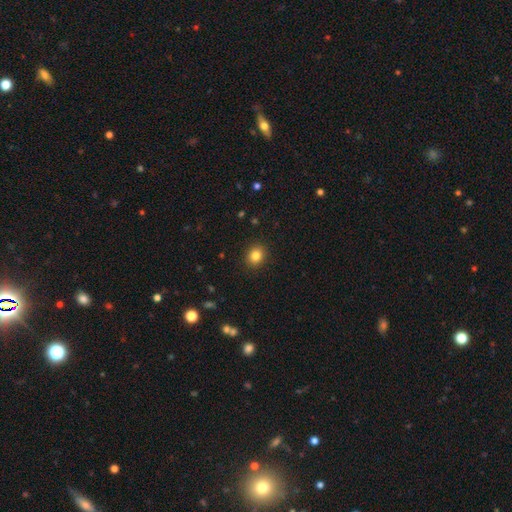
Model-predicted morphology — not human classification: Overall: smooth (83%). How rounded: round (69%; in between 30%). Merging: none (90%).